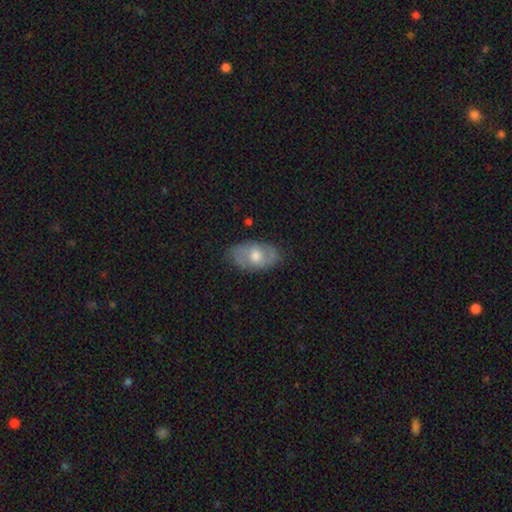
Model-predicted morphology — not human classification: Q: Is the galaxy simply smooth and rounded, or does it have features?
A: featured or disk — 49%.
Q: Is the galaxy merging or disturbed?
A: none — 77%.